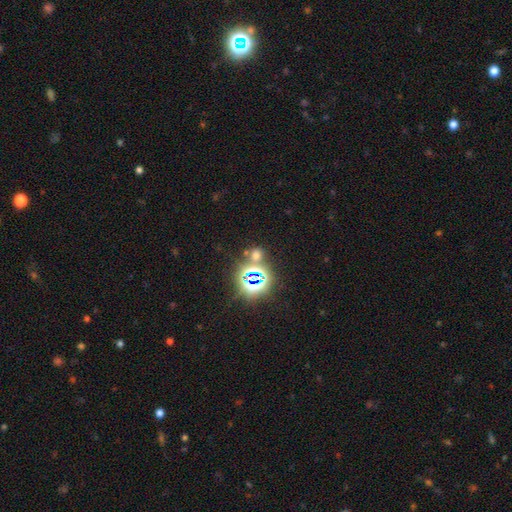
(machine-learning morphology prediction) smooth_or_featured: star or artifact (p=0.55) [alt: smooth p=0.37]